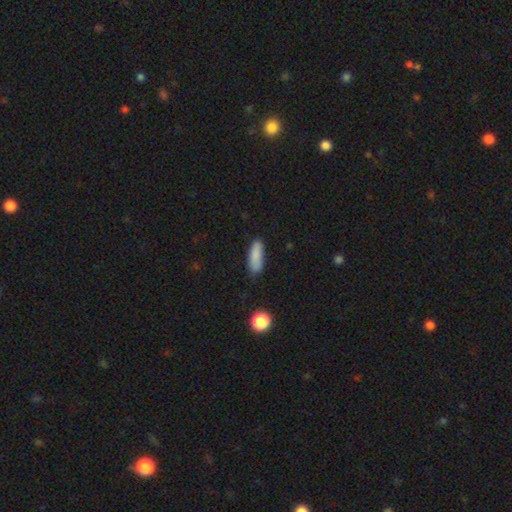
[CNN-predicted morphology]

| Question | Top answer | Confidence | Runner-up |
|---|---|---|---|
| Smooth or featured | smooth | 86% | star or artifact (7%) |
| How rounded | in between | 59% | cigar-shaped (39%) |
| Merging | none | 77% | minor disturbance (18%) |